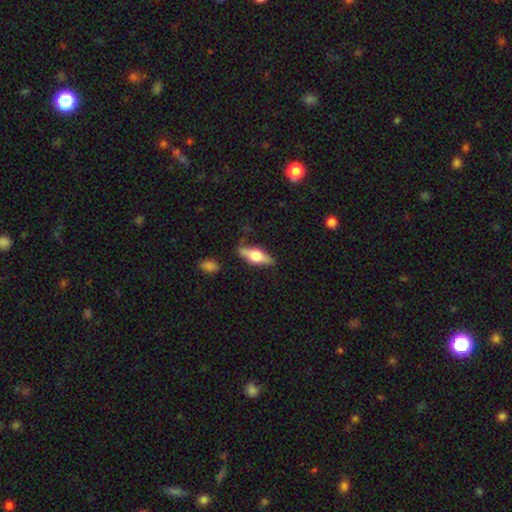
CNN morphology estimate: The model was most divided on "smooth or featured": featured or disk: 52%, smooth: 42%, star or artifact: 6%. More confident: edge-on disk — yes (91%); merging — none (81%).